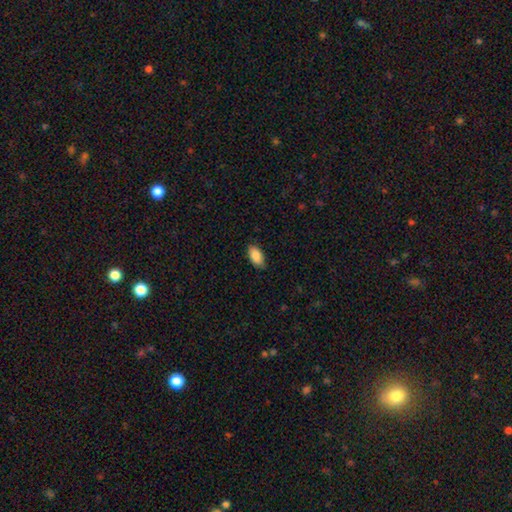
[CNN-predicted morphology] Smooth or featured? smooth (88%)
How rounded? in between (94%)
Merging? none (83%)